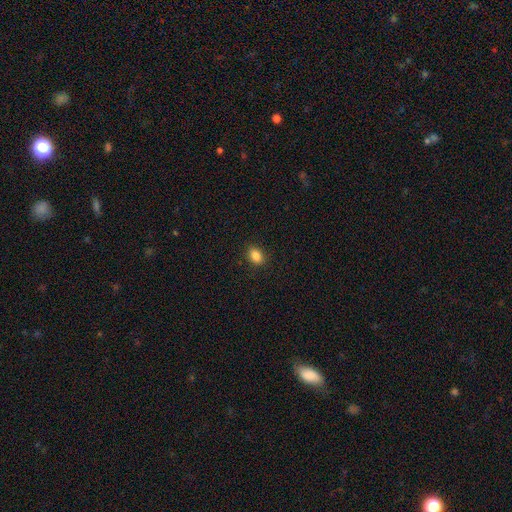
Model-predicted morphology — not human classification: This is clearly a smooth galaxy (86%). How rounded: likely in between (69%). Merging: clearly none (88%).